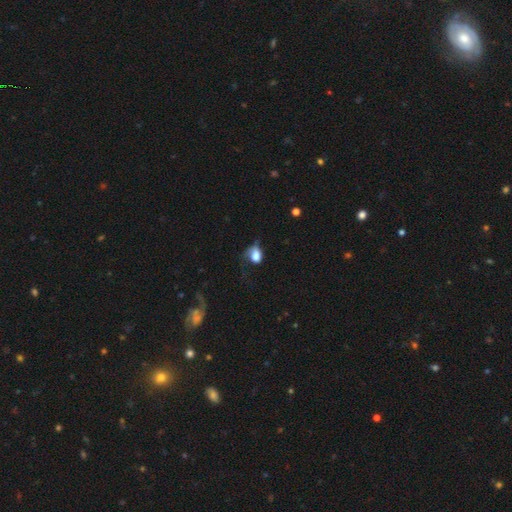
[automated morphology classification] This appears to be a smooth galaxy with no disk features (72%) that is in between round and cigar-shaped (70%). Merging: major disturbance (45%).